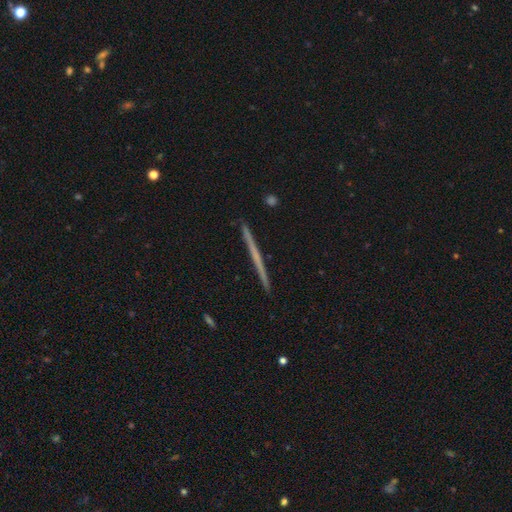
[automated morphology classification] Smooth or featured? featured or disk (60%)
Edge-on disk? yes (98%)
Edge-on bulge? none (87%)
Merging? none (92%)